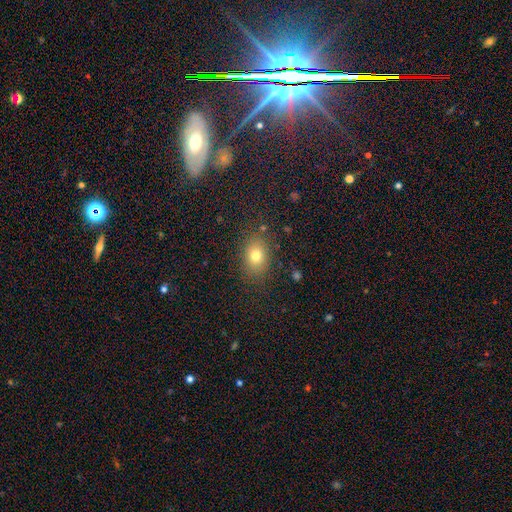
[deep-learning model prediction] Smooth or featured? smooth (77%)
How rounded? in between (68%)
Merging? none (83%)